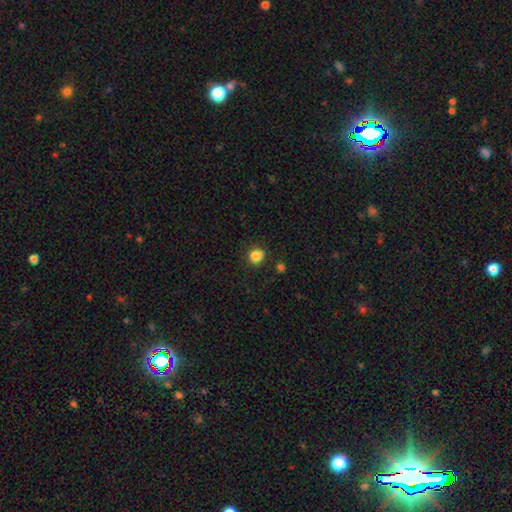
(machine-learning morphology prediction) smooth-or-featured: smooth: 83% | star or artifact: 11% | featured or disk: 5%
  how-rounded: round: 68% | in between: 31% | cigar-shaped: 1%
  merging: none: 70% | minor disturbance: 19% | major disturbance: 6% | merger: 6%